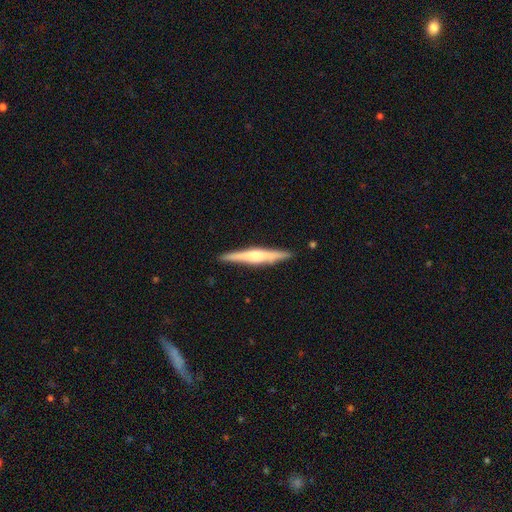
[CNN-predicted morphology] This is likely a featured or disk galaxy (63%). It is clearly viewed edge-on (98%). Edge-on bulge: likely rounded (60%). Merging: clearly none (91%).